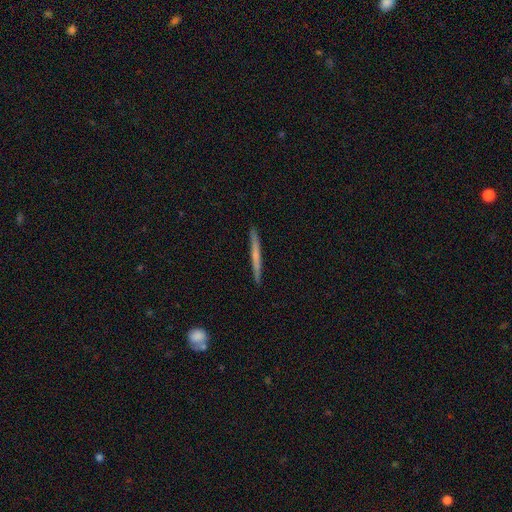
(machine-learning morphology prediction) smooth-or-featured: featured or disk: 48% | smooth: 46% | star or artifact: 6%
  merging: none: 91% | minor disturbance: 6% | major disturbance: 1% | merger: 1%